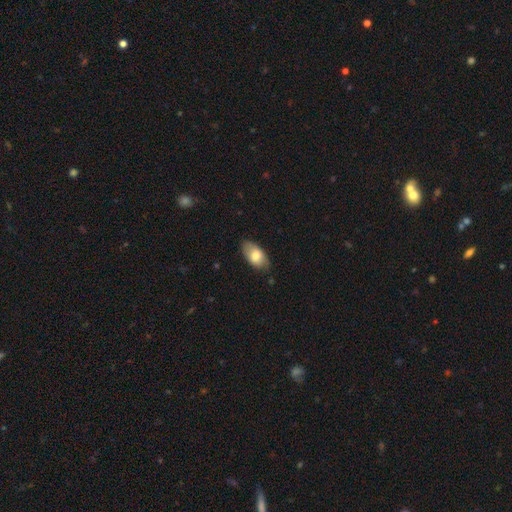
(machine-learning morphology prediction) The model was most divided on "smooth or featured": smooth: 75%, featured or disk: 19%, star or artifact: 6%. More confident: how rounded — in between (93%); merging — none (77%).